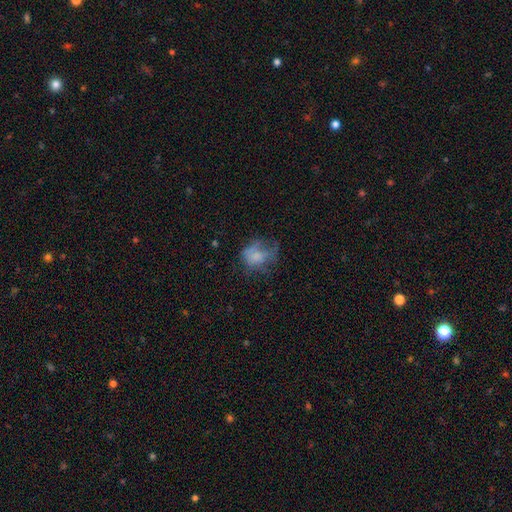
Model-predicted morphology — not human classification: A smooth galaxy with no disk features (56%) that is in between round and cigar-shaped (50%).

Vote fractions:
- Smooth or featured? smooth: 56% / featured or disk: 31% / star or artifact: 13%
- How rounded? in between: 50% / round: 48% / cigar-shaped: 1%
- Merging? major disturbance: 39% / none: 33% / minor disturbance: 25% / merger: 4%